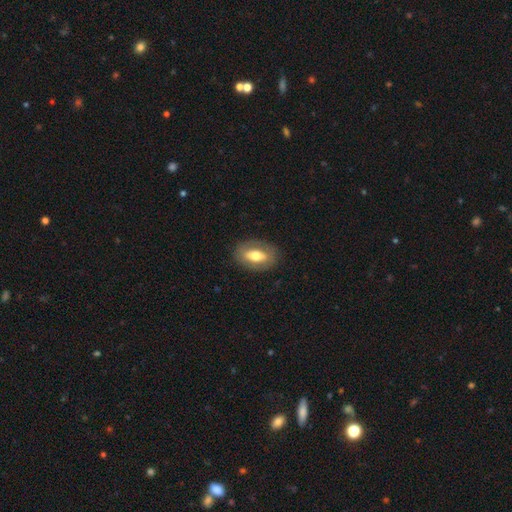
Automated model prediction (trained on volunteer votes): Q: Smooth or featured?
A: smooth (55%); runner-up: featured or disk (39%)
Q: How rounded?
A: in between (86%); runner-up: round (10%)
Q: Merging?
A: none (83%); runner-up: minor disturbance (12%)